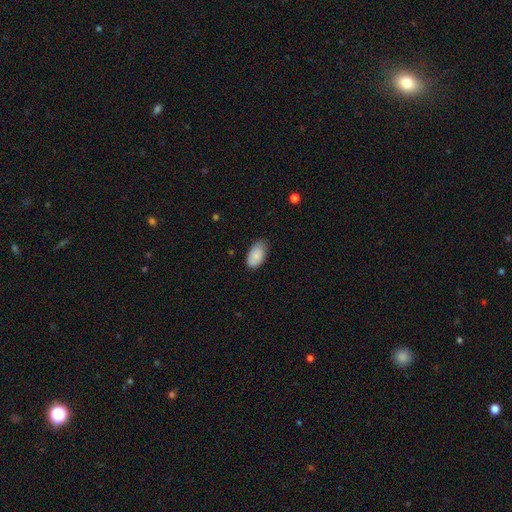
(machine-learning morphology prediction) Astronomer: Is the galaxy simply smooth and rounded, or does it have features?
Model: smooth — 85%.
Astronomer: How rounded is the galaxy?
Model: in between — 94%.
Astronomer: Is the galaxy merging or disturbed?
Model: none — 73%.